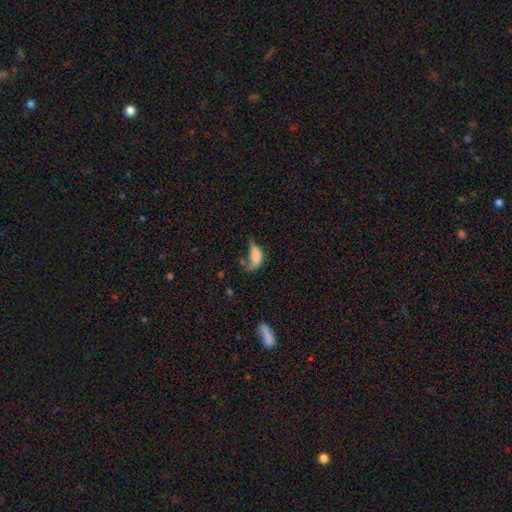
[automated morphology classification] smooth-or-featured: smooth: 64% | featured or disk: 25% | star or artifact: 10%
  how-rounded: in between: 85% | cigar-shaped: 9% | round: 6%
  merging: major disturbance: 49% | minor disturbance: 21% | none: 18% | merger: 12%